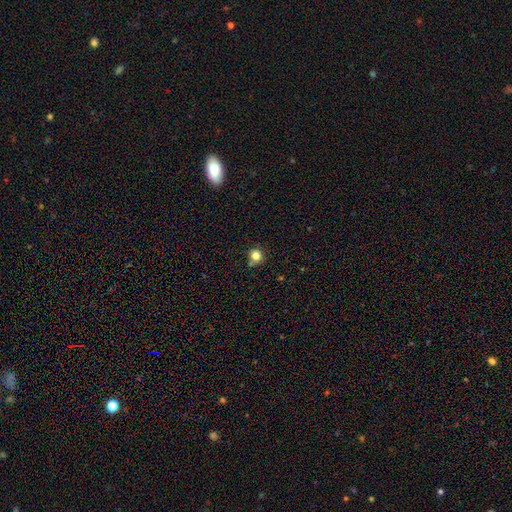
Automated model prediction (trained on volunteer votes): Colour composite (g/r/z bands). It shows a smooth galaxy with no disk features (81%) that is round (92%). Merging: none (78%).